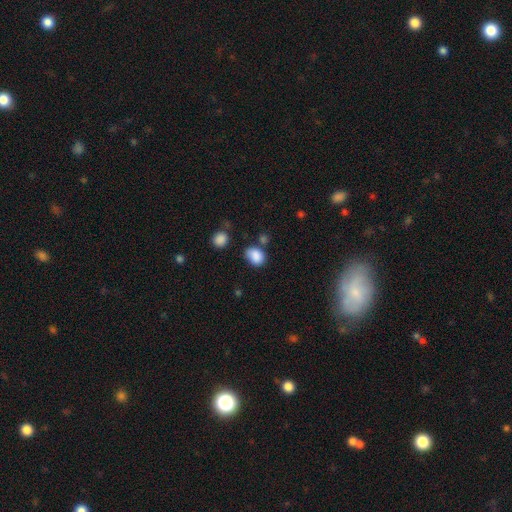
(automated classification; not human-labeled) A smooth galaxy with no disk features (86%) that is in between round and cigar-shaped (61%).

Vote fractions:
- Smooth or featured? smooth: 86% / star or artifact: 10% / featured or disk: 5%
- How rounded? in between: 61% / round: 38% / cigar-shaped: 1%
- Merging? none: 62% / minor disturbance: 23% / merger: 9% / major disturbance: 7%